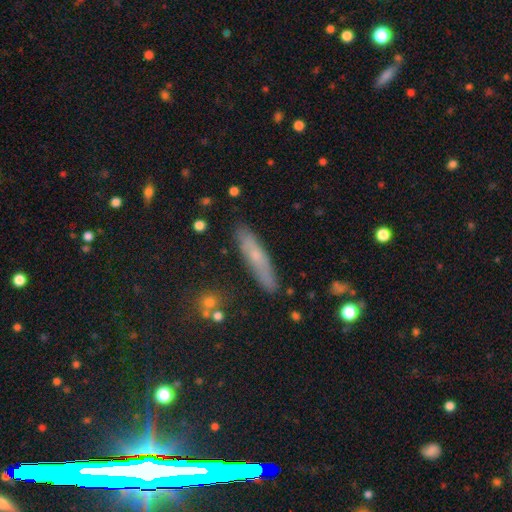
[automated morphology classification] Q: Smooth or featured?
A: smooth (57%); runner-up: featured or disk (31%)
Q: How rounded?
A: cigar-shaped (85%); runner-up: in between (13%)
Q: Merging?
A: none (86%); runner-up: minor disturbance (10%)